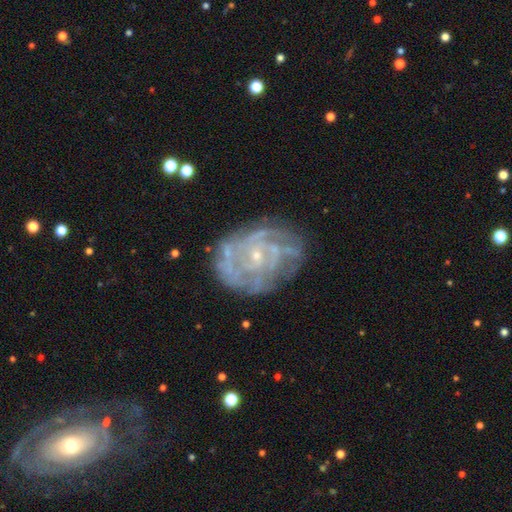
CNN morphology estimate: smooth-or-featured: featured or disk: 85% | smooth: 8% | star or artifact: 7%
  disk-edge-on: no: 97% | yes: 3%
    bar: no: 73% | weak: 22% | strong: 5%
    has-spiral-arms: yes: 91% | no: 9%
      spiral-winding: tight: 65% | medium: 28% | loose: 7%
      spiral-arm-count: can't tell: 38% | 4: 18% | 3: 16% | 2: 13% | more than 4: 9% | 1: 7%
    bulge-size: small: 81% | moderate: 14% | none: 3% | large: 1% | dominant: 1%
  merging: none: 71% | minor disturbance: 19% | major disturbance: 9% | merger: 2%